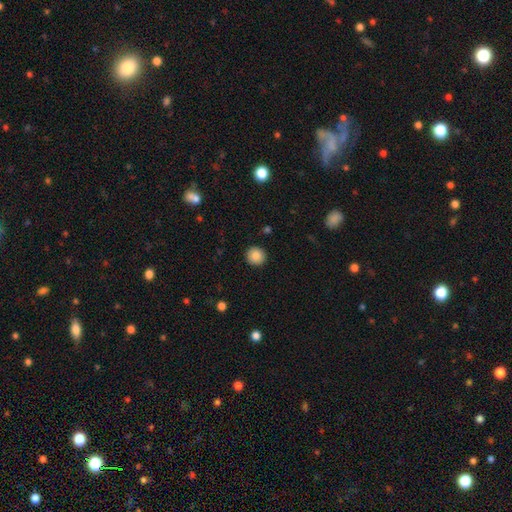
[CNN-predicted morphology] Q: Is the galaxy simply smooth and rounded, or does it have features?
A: smooth — 86%.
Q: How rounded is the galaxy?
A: round — 92%.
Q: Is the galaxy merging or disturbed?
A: none — 92%.